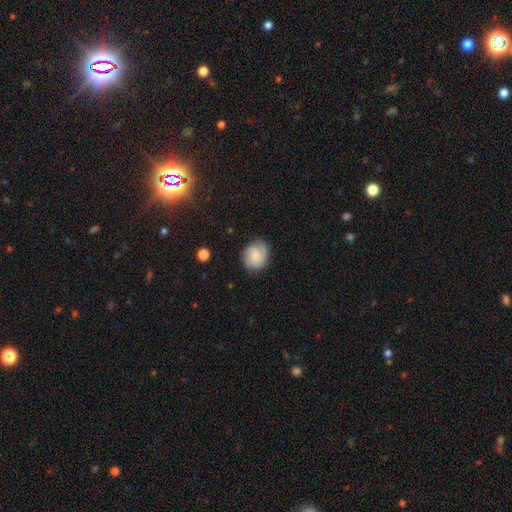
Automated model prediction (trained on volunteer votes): Q: Smooth or featured?
A: smooth (46%); runner-up: featured or disk (45%)
Q: Merging?
A: none (77%); runner-up: minor disturbance (17%)